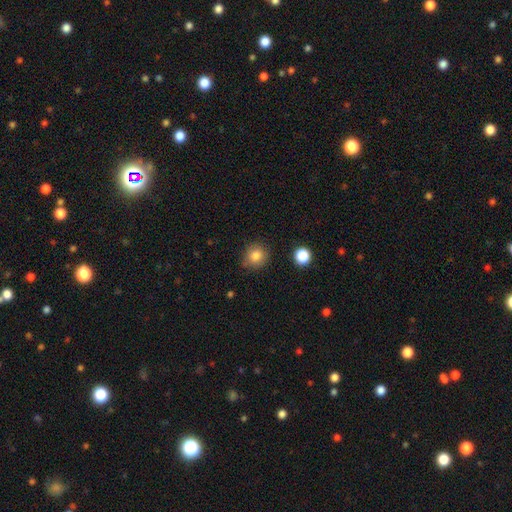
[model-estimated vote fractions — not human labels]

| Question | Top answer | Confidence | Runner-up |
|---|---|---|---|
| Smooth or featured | smooth | 83% | star or artifact (10%) |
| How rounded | round | 85% | in between (14%) |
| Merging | none | 81% | minor disturbance (14%) |